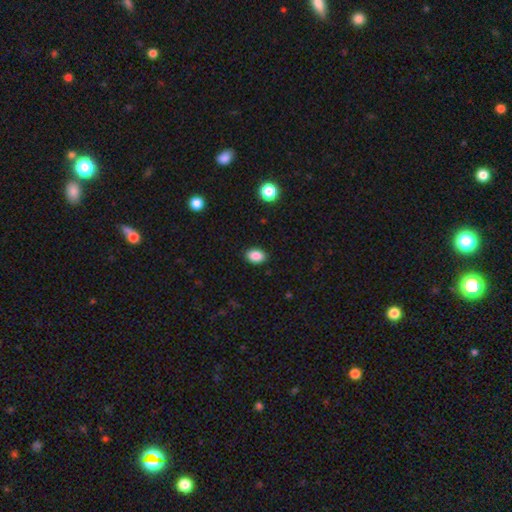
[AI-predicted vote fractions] Overall: smooth (88%). How rounded: in between (81%). Merging: none (89%).